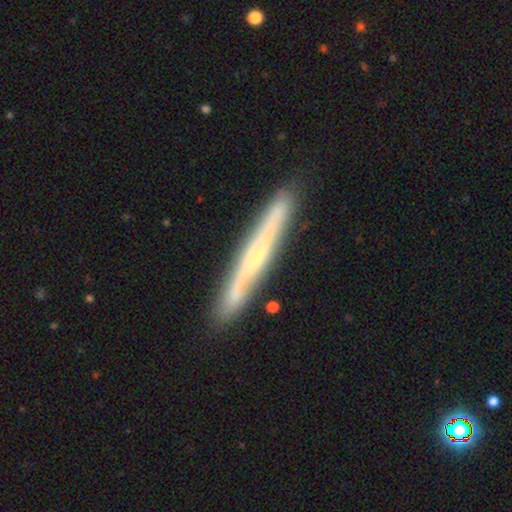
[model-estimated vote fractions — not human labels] Smooth or featured?
  - featured or disk: 61% *
  - smooth: 32%
  - star or artifact: 7%
Edge-on disk?
  - yes: 88% *
  - no: 12%
Edge-on bulge?
  - none: 64% *
  - rounded: 28%
  - boxy: 7%
Merging?
  - none: 85% *
  - minor disturbance: 11%
  - merger: 2%
  - major disturbance: 2%